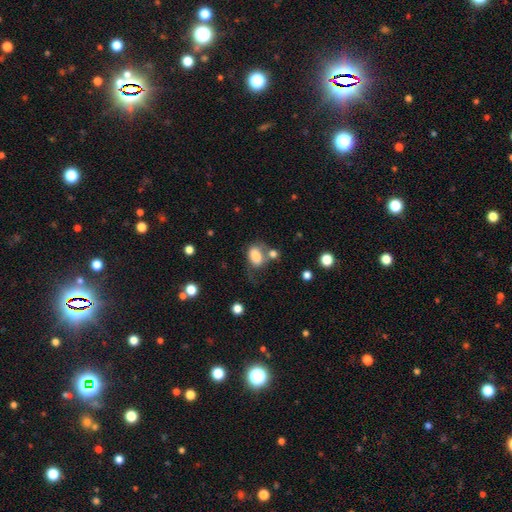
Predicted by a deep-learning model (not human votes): Overall: smooth (78%). How rounded: in between (83%). Merging: none (39%; merger 24%).